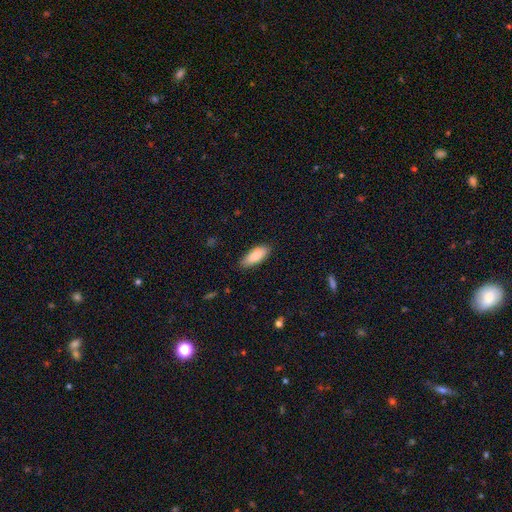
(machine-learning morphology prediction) The model was most divided on "how rounded": in between: 75%, cigar-shaped: 23%, round: 2%. More confident: merging — none (86%); smooth or featured — smooth (84%).